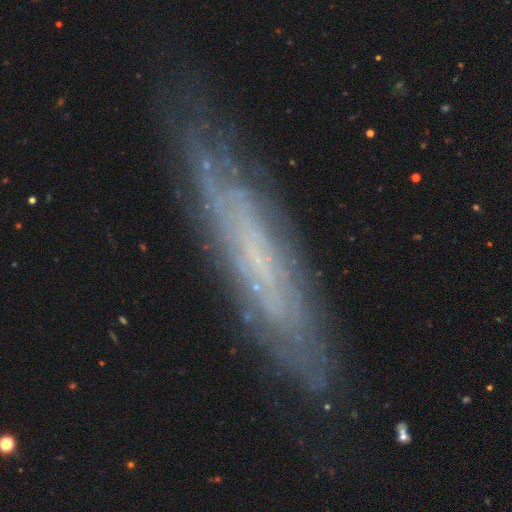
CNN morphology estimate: featured or disk 64%, smooth 27%, star or artifact 9%. Down the decision tree: edge-on disk — yes (61%); merging — none (79%).